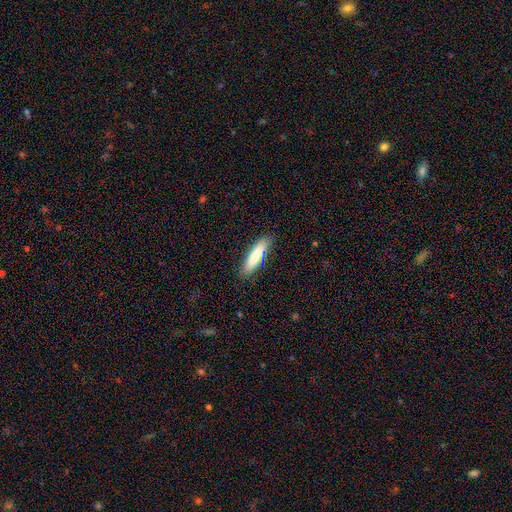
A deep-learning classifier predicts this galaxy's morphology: A smooth galaxy with no disk features (79%) that is cigar-shaped (74%).

Vote fractions:
- Smooth or featured? smooth: 79% / featured or disk: 14% / star or artifact: 7%
- How rounded? cigar-shaped: 74% / in between: 24% / round: 1%
- Merging? none: 85% / minor disturbance: 11% / major disturbance: 2% / merger: 2%